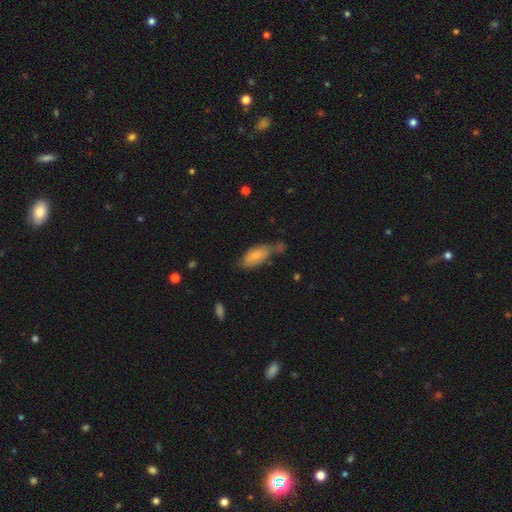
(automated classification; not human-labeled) A smooth galaxy with no disk features (73%) that is in between round and cigar-shaped (85%).

Vote fractions:
- Smooth or featured? smooth: 73% / featured or disk: 21% / star or artifact: 6%
- How rounded? in between: 85% / cigar-shaped: 12% / round: 2%
- Merging? none: 47% / minor disturbance: 28% / merger: 15% / major disturbance: 10%